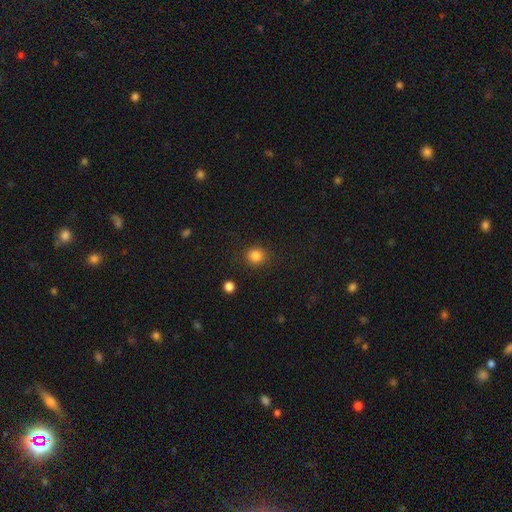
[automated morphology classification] A smooth galaxy with no disk features (84%) that is round (89%).

Vote fractions:
- Smooth or featured? smooth: 84% / star or artifact: 12% / featured or disk: 4%
- How rounded? round: 89% / in between: 10% / cigar-shaped: 1%
- Merging? none: 89% / minor disturbance: 7% / major disturbance: 3% / merger: 2%